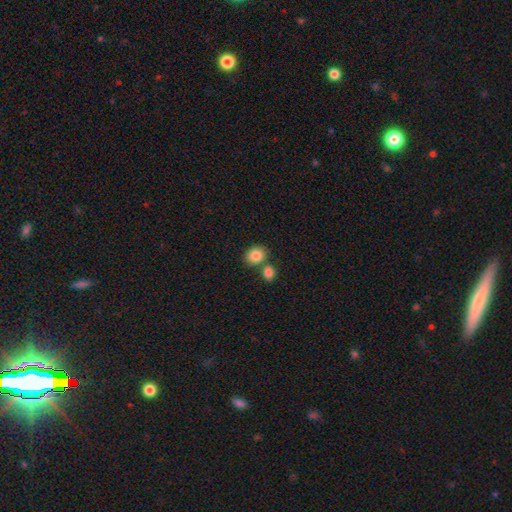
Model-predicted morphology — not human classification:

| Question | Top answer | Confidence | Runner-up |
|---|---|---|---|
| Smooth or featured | smooth | 85% | star or artifact (9%) |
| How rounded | round | 61% | in between (38%) |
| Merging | none | 61% | merger (27%) |